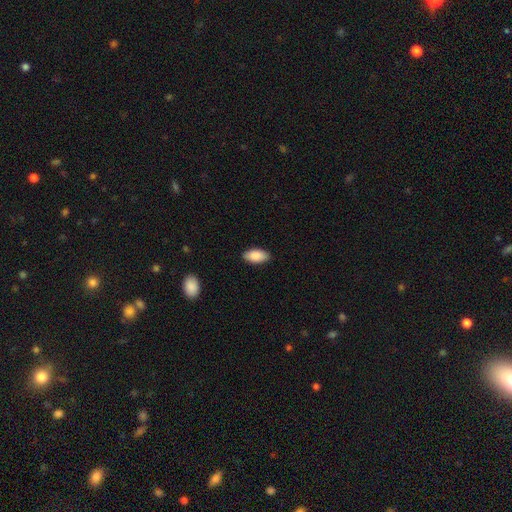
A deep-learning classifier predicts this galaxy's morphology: The model was most divided on "merging": none: 87%, minor disturbance: 10%, major disturbance: 2%, merger: 1%. More confident: how rounded — in between (93%); smooth or featured — smooth (89%).